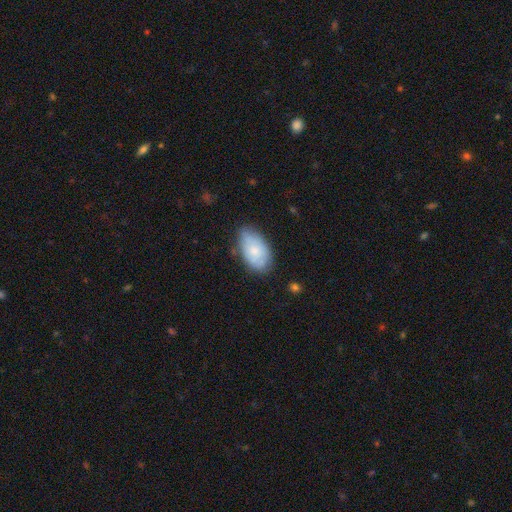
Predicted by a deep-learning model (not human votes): Smooth or featured: smooth — 68% (featured or disk — 26%)
How rounded: in between — 93% (round — 5%)
Merging: none — 65% (minor disturbance — 27%)